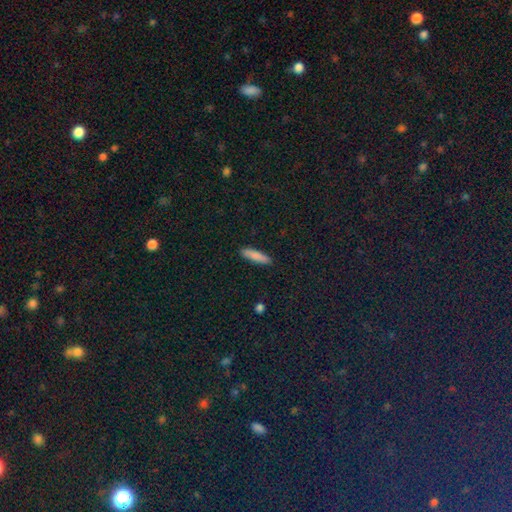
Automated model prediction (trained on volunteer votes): Smooth or featured? smooth (85%)
How rounded? cigar-shaped (74%)
Merging? none (90%)